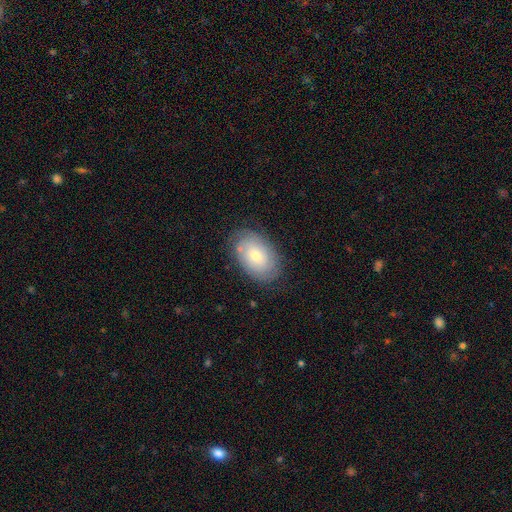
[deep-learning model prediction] smooth_or_featured: featured or disk (p=0.46) [tied with: smooth p=0.46]
merging: none (p=0.79) [alt: minor disturbance p=0.15]